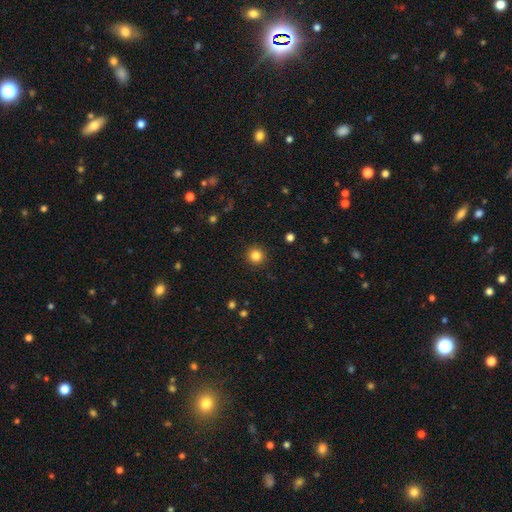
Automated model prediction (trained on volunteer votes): smooth_or_featured: smooth (p=0.84) [alt: star or artifact p=0.12]
how_rounded: round (p=0.94) [alt: in between p=0.05]
merging: none (p=0.92) [alt: minor disturbance p=0.05]